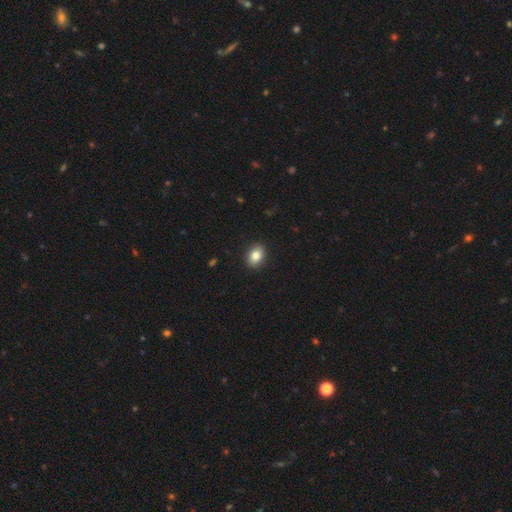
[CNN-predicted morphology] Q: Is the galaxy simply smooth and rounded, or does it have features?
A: smooth — 83%.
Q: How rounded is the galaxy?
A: in between — 75%.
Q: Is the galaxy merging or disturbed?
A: none — 91%.